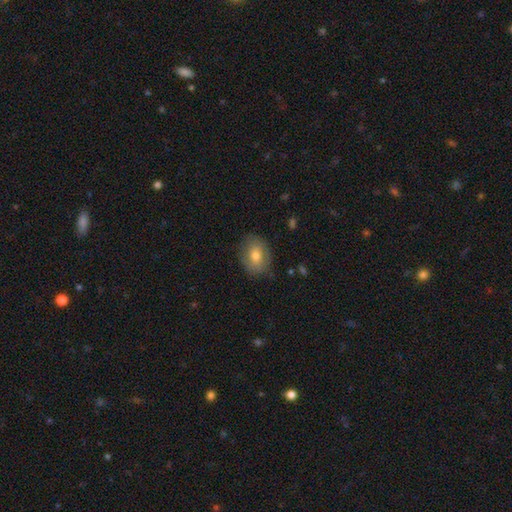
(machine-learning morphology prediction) smooth 71%, featured or disk 20%, star or artifact 9%. Down the decision tree: how rounded — in between (59%); merging — none (82%).